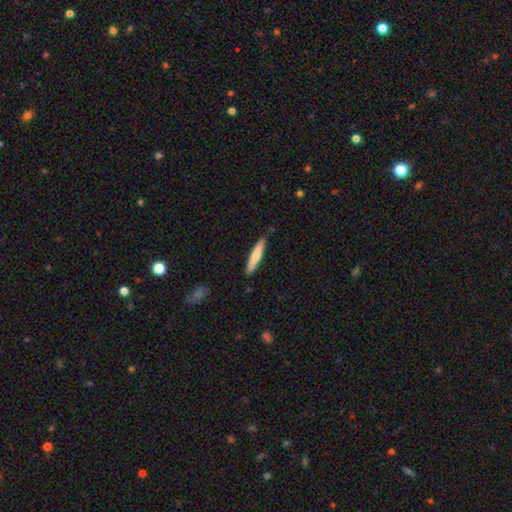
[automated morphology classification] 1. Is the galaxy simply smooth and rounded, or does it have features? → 68% smooth, 27% featured or disk, 5% star or artifact.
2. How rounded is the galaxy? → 90% cigar-shaped, 8% in between, 1% round.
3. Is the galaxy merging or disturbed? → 86% none, 11% minor disturbance, 2% major disturbance, 2% merger.